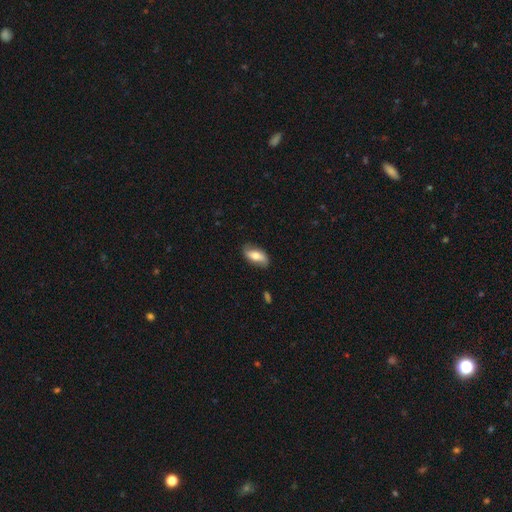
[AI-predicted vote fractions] The model was most divided on "smooth or featured": smooth: 57%, featured or disk: 37%, star or artifact: 7%. More confident: how rounded — in between (86%); merging — none (78%).